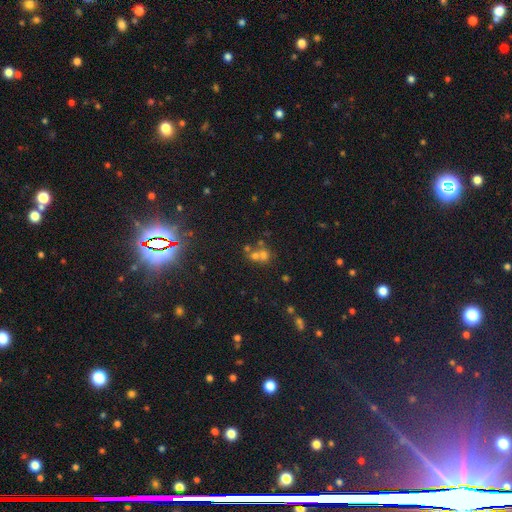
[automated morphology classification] Smooth or featured?
  - smooth: 49% *
  - star or artifact: 31%
  - featured or disk: 20%
Merging?
  - merger: 51% *
  - none: 37%
  - minor disturbance: 7%
  - major disturbance: 5%